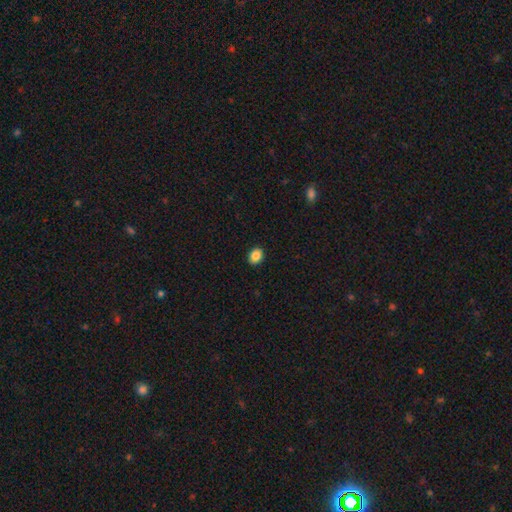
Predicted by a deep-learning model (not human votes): Overall: smooth (88%). How rounded: in between (55%; round 44%). Merging: none (91%).